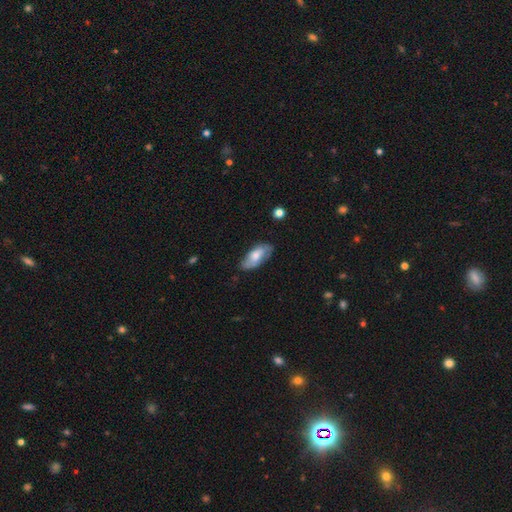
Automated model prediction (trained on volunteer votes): Smooth or featured? Predicted: smooth (p=0.64). How rounded? Predicted: in between (p=0.88). Merging? Predicted: none (p=0.70).